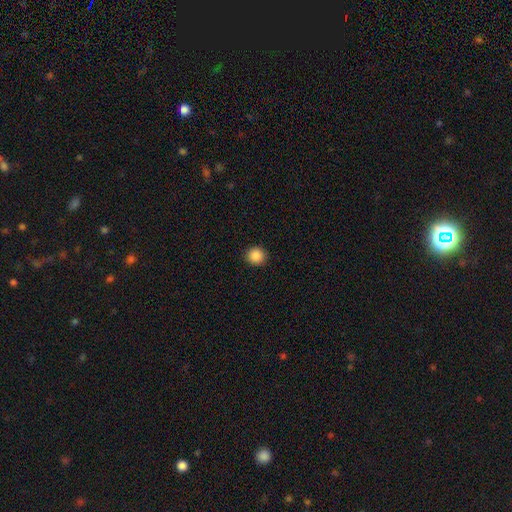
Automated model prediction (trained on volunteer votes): A smooth galaxy with no disk features (88%) that is round (90%).

Vote fractions:
- Smooth or featured? smooth: 88% / star or artifact: 9% / featured or disk: 3%
- How rounded? round: 90% / in between: 9% / cigar-shaped: 1%
- Merging? none: 92% / minor disturbance: 5% / major disturbance: 2% / merger: 1%